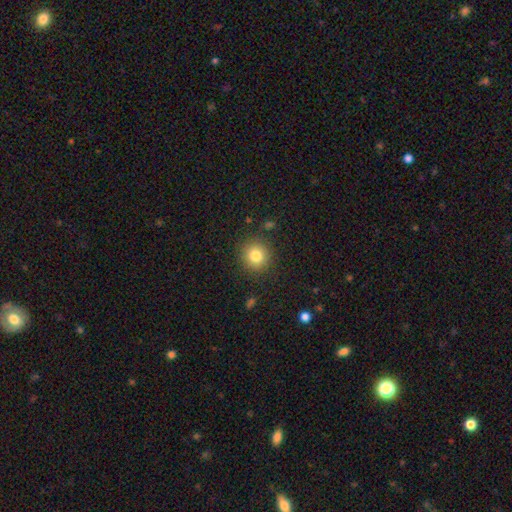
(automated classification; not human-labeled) Smooth or featured?
  - smooth: 81% *
  - star or artifact: 11%
  - featured or disk: 7%
How rounded?
  - round: 90% *
  - in between: 9%
  - cigar-shaped: 1%
Merging?
  - none: 88% *
  - minor disturbance: 8%
  - major disturbance: 3%
  - merger: 2%